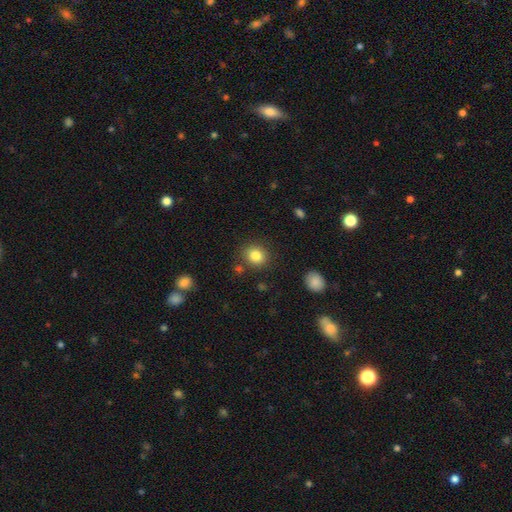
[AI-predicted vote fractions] This appears to be a smooth galaxy with no disk features (84%) that is round (72%). Merging: none (83%).